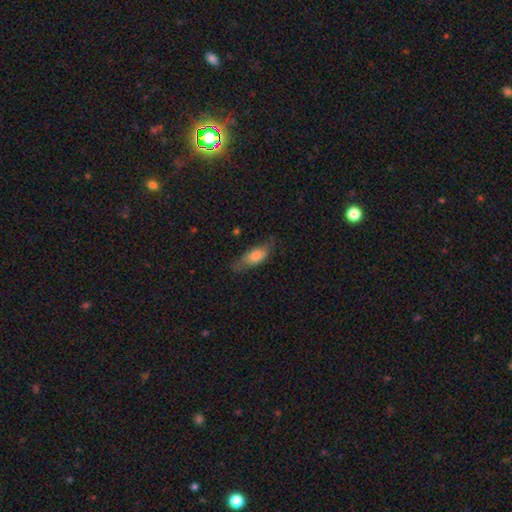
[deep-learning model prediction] Smooth or featured? Predicted: smooth (p=0.71). How rounded? Predicted: in between (p=0.68). Merging? Predicted: none (p=0.67).